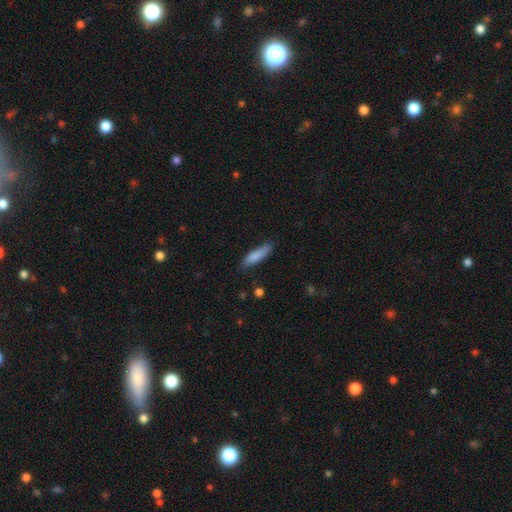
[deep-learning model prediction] smooth 83%, featured or disk 10%, star or artifact 6%. Down the decision tree: how rounded — cigar-shaped (69%); merging — none (77%).